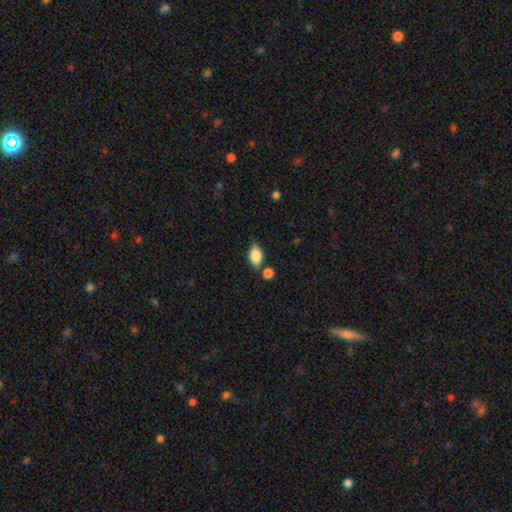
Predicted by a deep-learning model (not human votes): Q: Smooth or featured?
A: smooth (85%); runner-up: star or artifact (8%)
Q: How rounded?
A: in between (89%); runner-up: round (8%)
Q: Merging?
A: none (70%); runner-up: minor disturbance (16%)